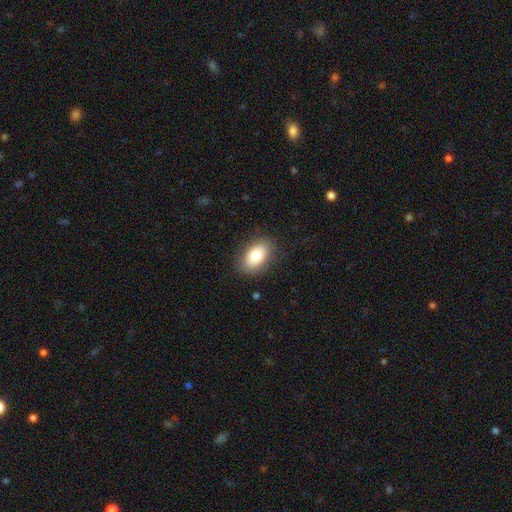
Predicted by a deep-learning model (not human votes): Smooth or featured?
  - smooth: 79% *
  - featured or disk: 14%
  - star or artifact: 7%
How rounded?
  - in between: 89% *
  - round: 9%
  - cigar-shaped: 1%
Merging?
  - none: 85% *
  - minor disturbance: 11%
  - major disturbance: 3%
  - merger: 1%